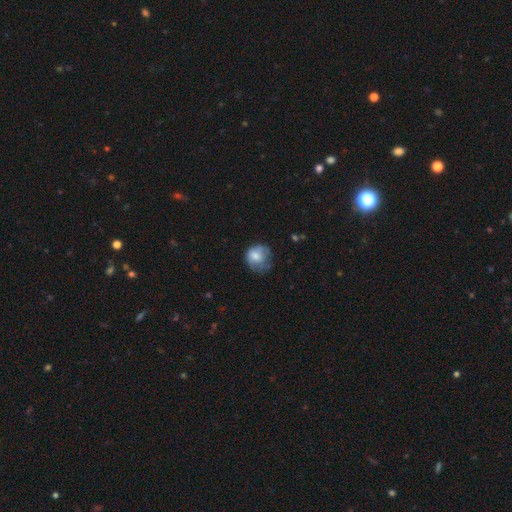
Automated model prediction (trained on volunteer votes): Smooth or featured?
  - smooth: 70% *
  - featured or disk: 22%
  - star or artifact: 8%
How rounded?
  - round: 77% *
  - in between: 22%
  - cigar-shaped: 1%
Merging?
  - none: 47% *
  - minor disturbance: 32%
  - major disturbance: 20%
  - merger: 2%